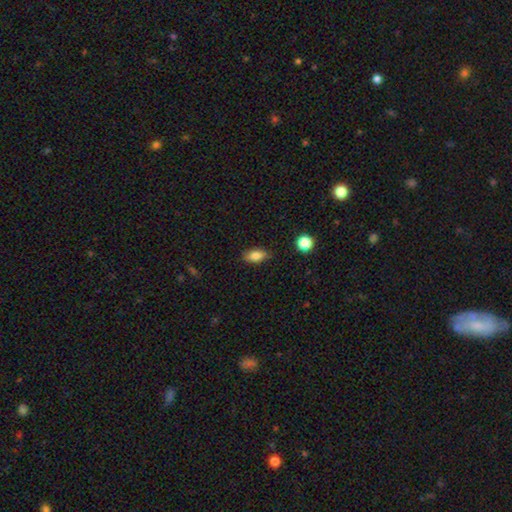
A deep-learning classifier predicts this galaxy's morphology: Smooth or featured? Predicted: smooth (p=0.83). How rounded? Predicted: in between (p=0.86). Merging? Predicted: none (p=0.85).